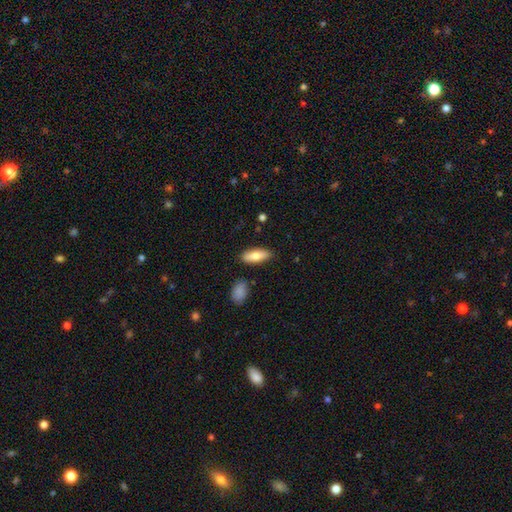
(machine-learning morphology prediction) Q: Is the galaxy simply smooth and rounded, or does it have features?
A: smooth — 77%.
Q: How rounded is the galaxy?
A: in between — 67%.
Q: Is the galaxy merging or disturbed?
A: none — 85%.